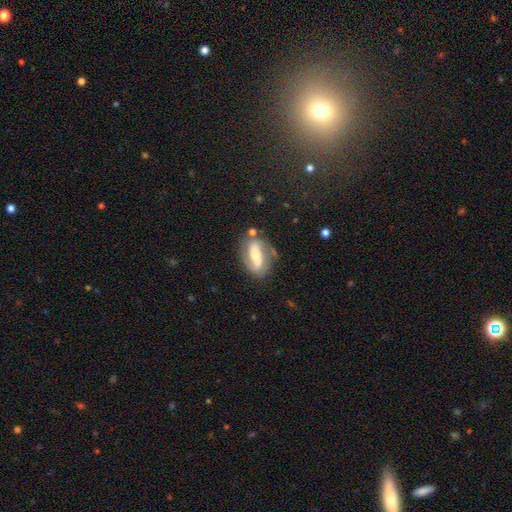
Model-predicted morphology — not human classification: Overall: featured or disk (70%). Edge-on disk: no (89%). Bar: strong (59%; weak 23%). Spiral arms: yes (80%). Bulge size: moderate (56%; small 32%). Merging: none (73%).